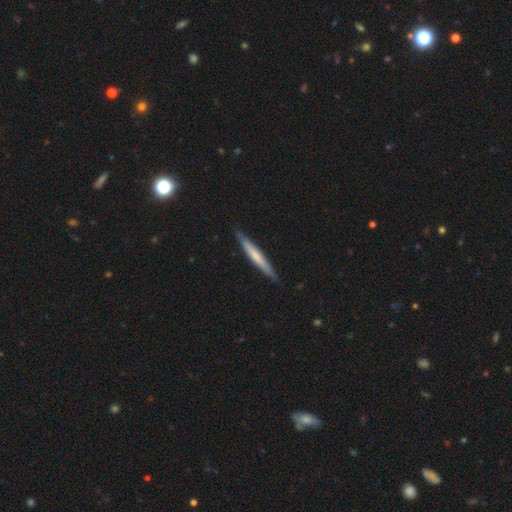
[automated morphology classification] Smooth or featured? smooth (56%)
How rounded? cigar-shaped (96%)
Merging? none (89%)